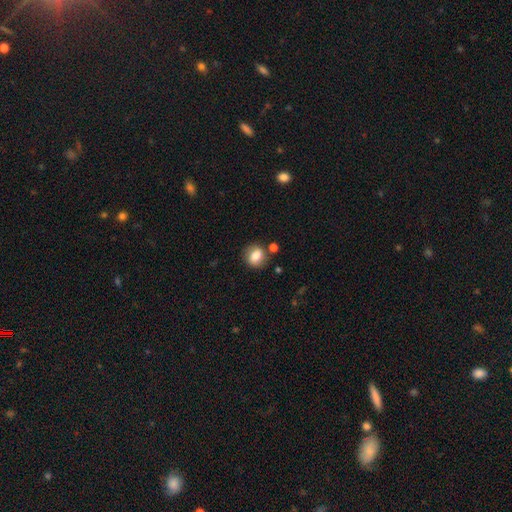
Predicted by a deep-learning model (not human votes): Smooth or featured: smooth — 80% (featured or disk — 11%)
How rounded: round — 70% (in between — 29%)
Merging: none — 77% (minor disturbance — 13%)